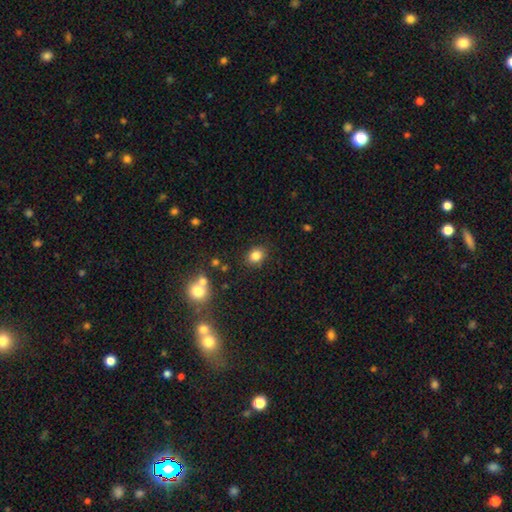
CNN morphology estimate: Smooth or featured? Predicted: smooth (p=0.83). How rounded? Predicted: round (p=0.61). Merging? Predicted: none (p=0.86).